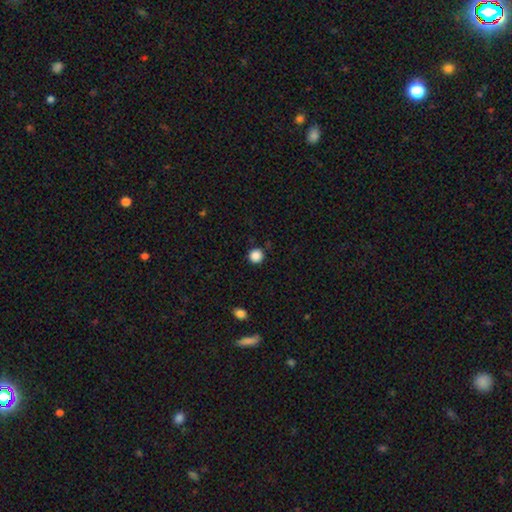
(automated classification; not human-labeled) Overall: smooth (87%). How rounded: round (95%). Merging: none (90%).